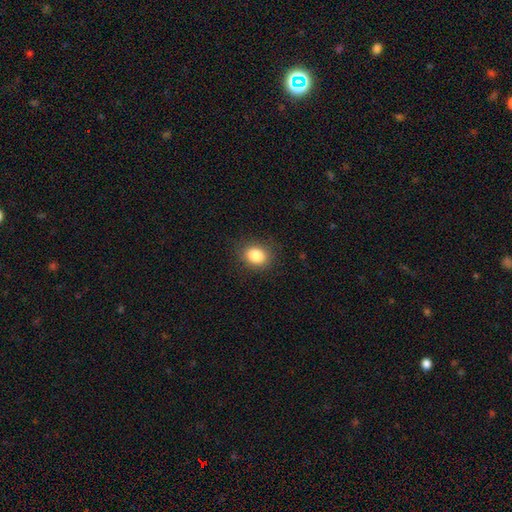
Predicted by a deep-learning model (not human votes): smooth 85%, star or artifact 10%, featured or disk 5%. Down the decision tree: how rounded — round (54%); merging — none (85%).